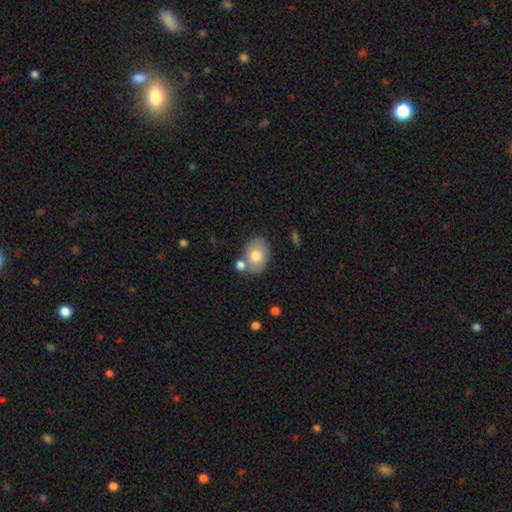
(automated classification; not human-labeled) Smooth or featured? Predicted: smooth (p=0.75). How rounded? Predicted: in between (p=0.72). Merging? Predicted: none (p=0.65).